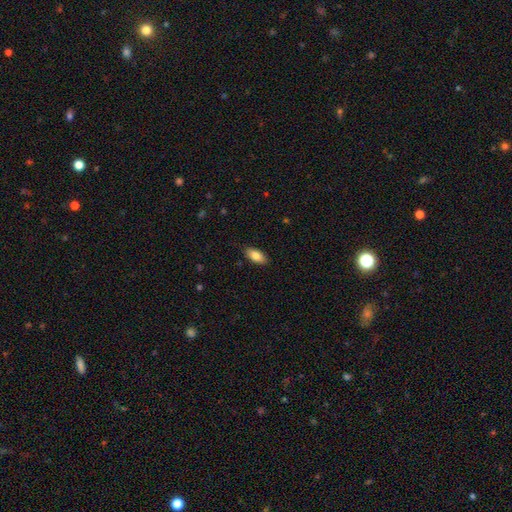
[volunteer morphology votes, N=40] type=smooth (100%); roundness=in between (85%); merging=none (78%).